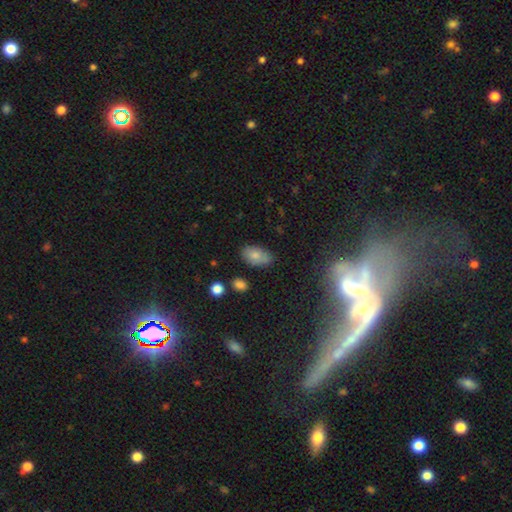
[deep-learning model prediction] This is clearly a smooth galaxy (81%). How rounded: clearly in between (92%). Merging: likely none (72%).